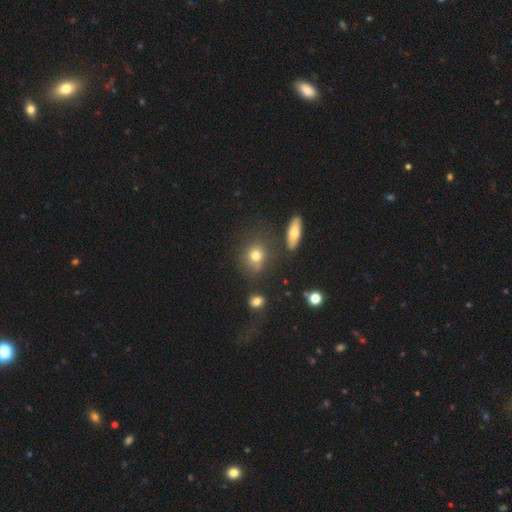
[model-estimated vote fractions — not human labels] smooth_or_featured: smooth (p=0.76) [alt: star or artifact p=0.12]
how_rounded: round (p=0.60) [alt: in between p=0.38]
merging: none (p=0.67) [alt: minor disturbance p=0.17]